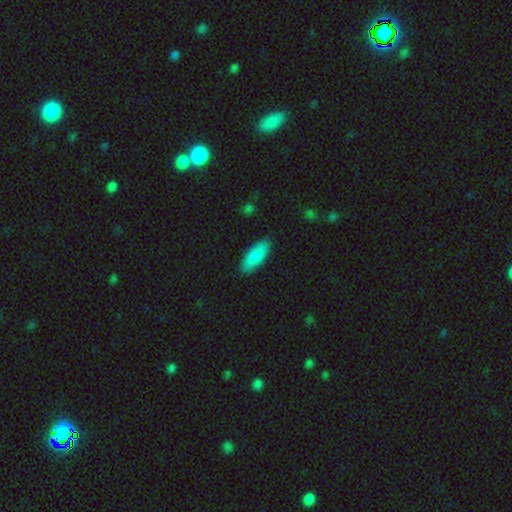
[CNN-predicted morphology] A smooth galaxy with no disk features (87%) that is in between round and cigar-shaped (73%).

Vote fractions:
- Smooth or featured? smooth: 87% / featured or disk: 7% / star or artifact: 6%
- How rounded? in between: 73% / cigar-shaped: 25% / round: 2%
- Merging? none: 87% / minor disturbance: 10% / major disturbance: 2% / merger: 1%